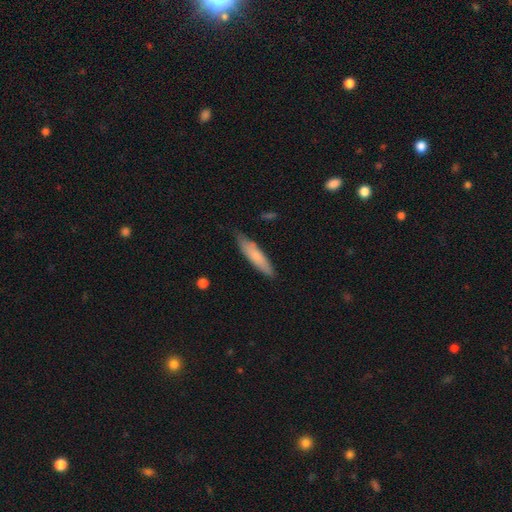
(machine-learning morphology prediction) type=smooth (73%); roundness=cigar-shaped (80%); merging=none (80%).